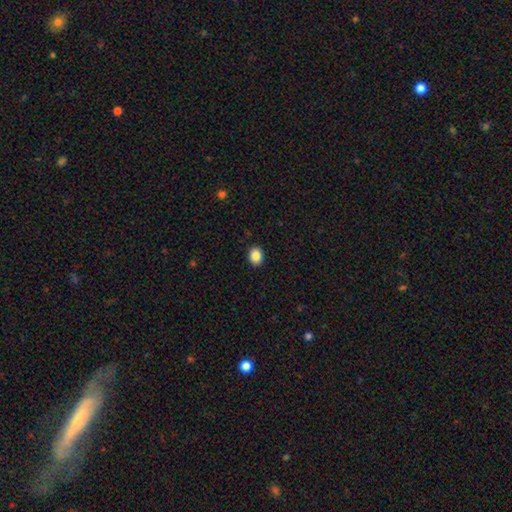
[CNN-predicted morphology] Q: Smooth or featured?
A: smooth (87%); runner-up: star or artifact (9%)
Q: How rounded?
A: in between (52%); runner-up: round (47%)
Q: Merging?
A: none (91%); runner-up: minor disturbance (6%)